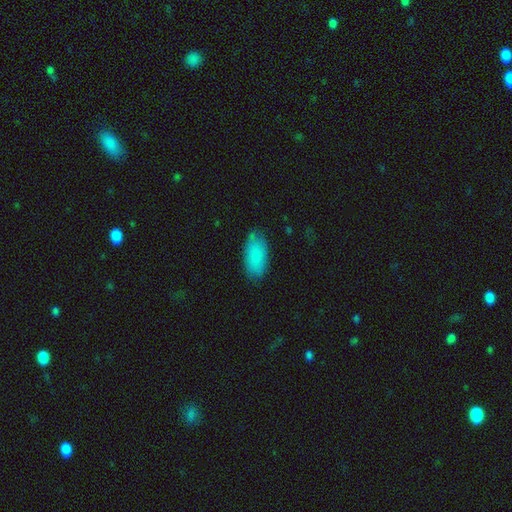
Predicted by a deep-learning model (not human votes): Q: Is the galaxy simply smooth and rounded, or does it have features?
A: smooth — 86%.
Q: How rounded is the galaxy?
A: in between — 91%.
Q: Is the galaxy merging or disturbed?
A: none — 82%.